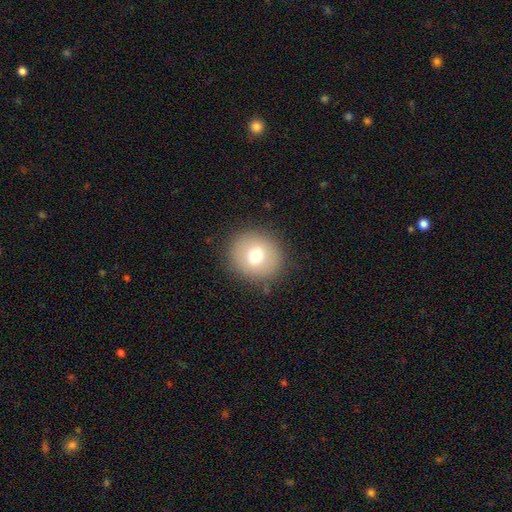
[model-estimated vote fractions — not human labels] Smooth or featured: smooth — 71% (featured or disk — 17%)
How rounded: round — 90% (in between — 9%)
Merging: none — 88% (minor disturbance — 8%)